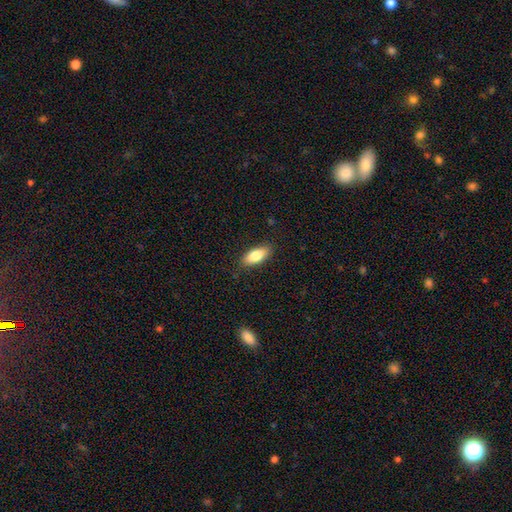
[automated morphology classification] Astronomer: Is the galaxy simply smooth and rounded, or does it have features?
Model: smooth — 82%.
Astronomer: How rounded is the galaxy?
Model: in between — 82%.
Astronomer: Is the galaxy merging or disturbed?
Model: none — 86%.